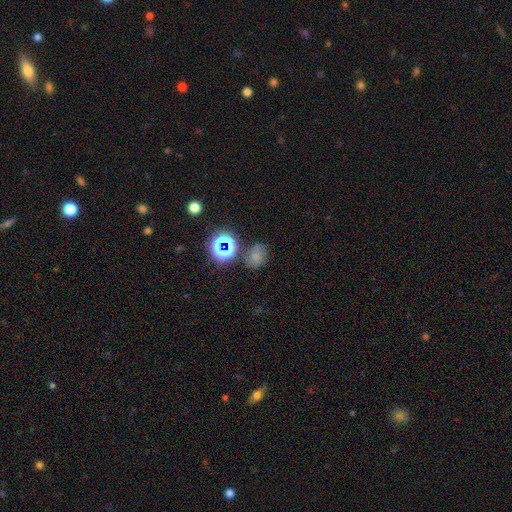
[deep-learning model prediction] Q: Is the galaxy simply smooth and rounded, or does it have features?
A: smooth — 59%.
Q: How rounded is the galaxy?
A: in between — 53%.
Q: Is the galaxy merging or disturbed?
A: none — 64%.